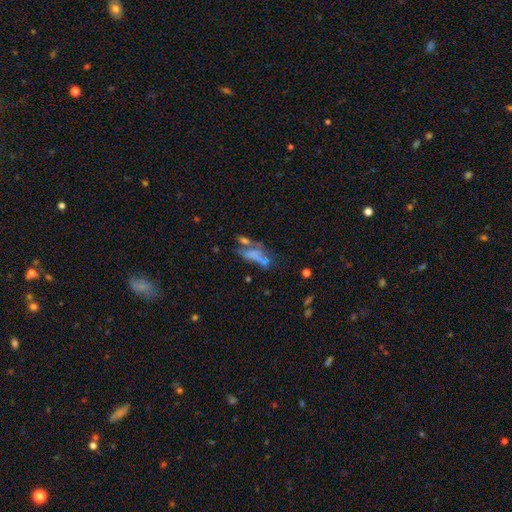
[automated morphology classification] A smooth galaxy with no disk features (45%). Merging: merger (37%).